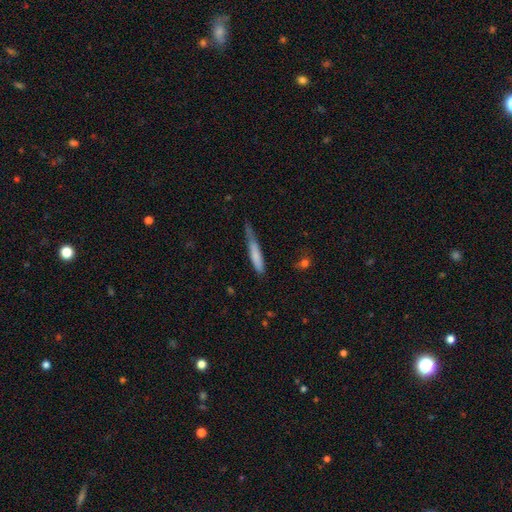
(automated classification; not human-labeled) Smooth or featured?
  - smooth: 72% *
  - featured or disk: 21%
  - star or artifact: 7%
How rounded?
  - cigar-shaped: 90% *
  - in between: 9%
  - round: 1%
Merging?
  - none: 44% *
  - minor disturbance: 38%
  - major disturbance: 14%
  - merger: 4%